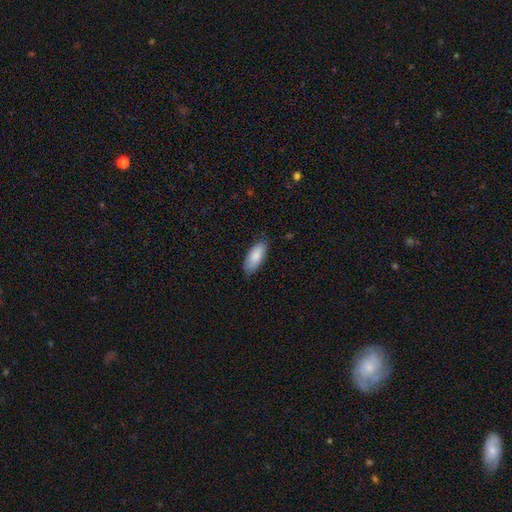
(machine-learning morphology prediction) smooth-or-featured: smooth: 86% | featured or disk: 9% | star or artifact: 5%
  how-rounded: in between: 82% | cigar-shaped: 16% | round: 2%
  merging: none: 81% | minor disturbance: 15% | major disturbance: 3% | merger: 1%